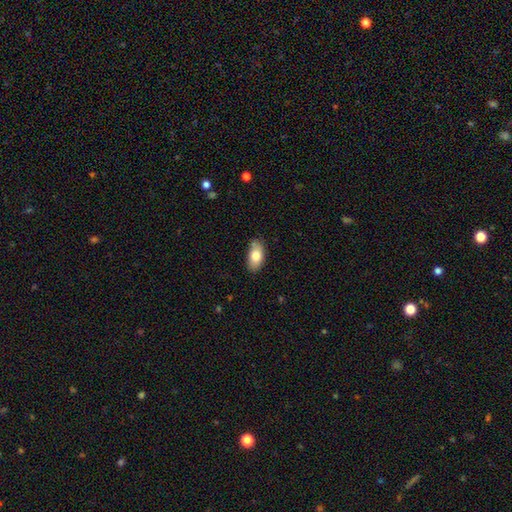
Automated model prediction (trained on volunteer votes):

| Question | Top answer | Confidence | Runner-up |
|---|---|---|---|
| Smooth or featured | smooth | 79% | featured or disk (14%) |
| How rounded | in between | 92% | round (4%) |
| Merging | none | 78% | minor disturbance (17%) |